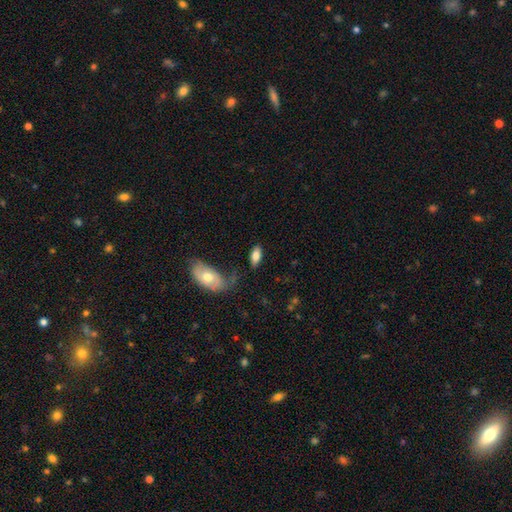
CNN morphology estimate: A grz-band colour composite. It shows a smooth galaxy with no disk features (77%) that is in between round and cigar-shaped (87%). Merging: none (71%).